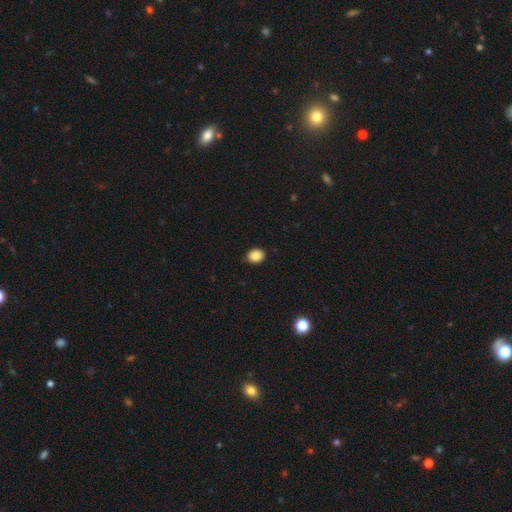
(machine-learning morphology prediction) Overall: smooth (87%). How rounded: round (51%; in between 48%). Merging: none (88%).